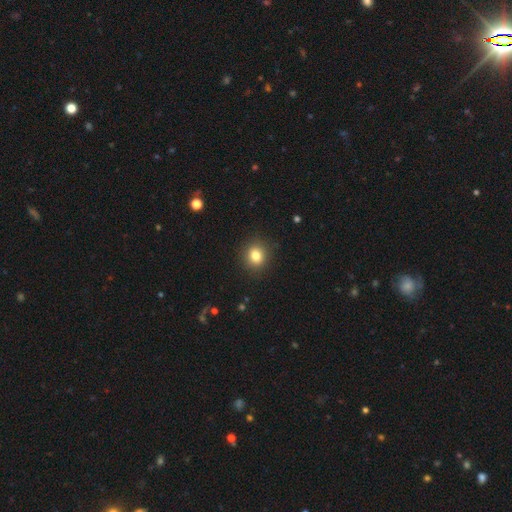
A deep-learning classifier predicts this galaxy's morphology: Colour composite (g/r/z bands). It shows a smooth galaxy with no disk features (82%) that is round (79%). Merging: none (90%).